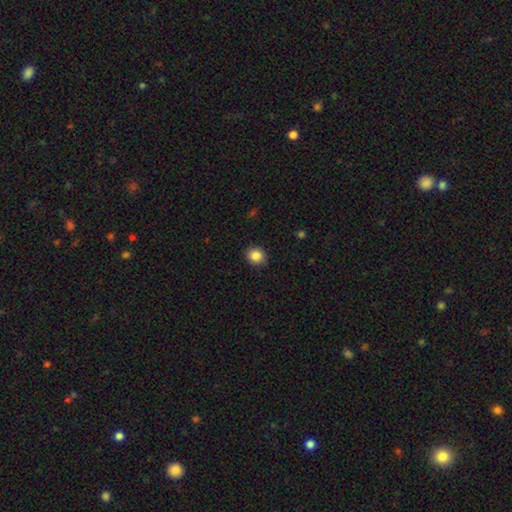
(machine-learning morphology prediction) The model was most divided on "how rounded": round: 76%, in between: 23%, cigar-shaped: 1%. More confident: merging — none (88%); smooth or featured — smooth (87%).